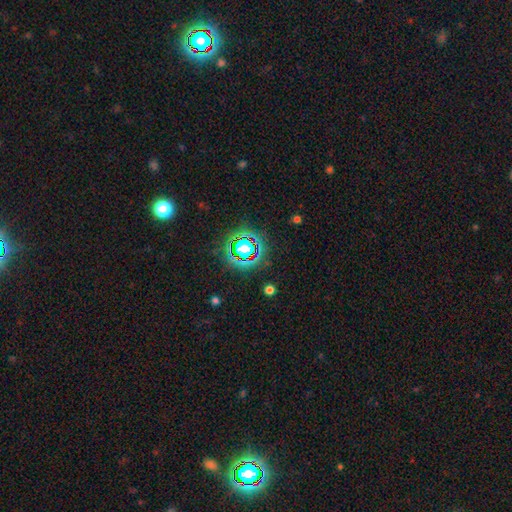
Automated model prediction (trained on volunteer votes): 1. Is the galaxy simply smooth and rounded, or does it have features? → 78% star or artifact, 13% smooth, 9% featured or disk.